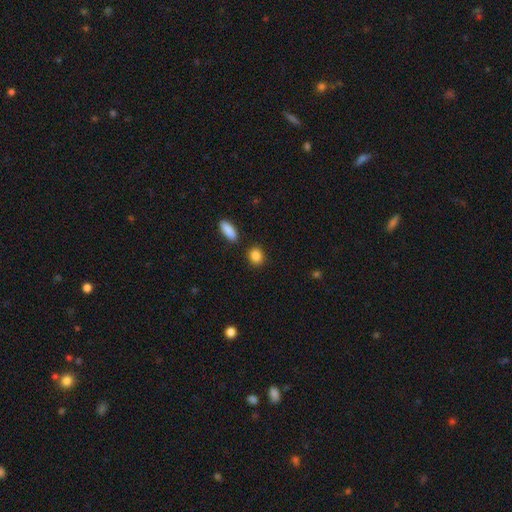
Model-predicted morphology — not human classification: type=smooth (88%); roundness=round (62%); merging=none (86%).